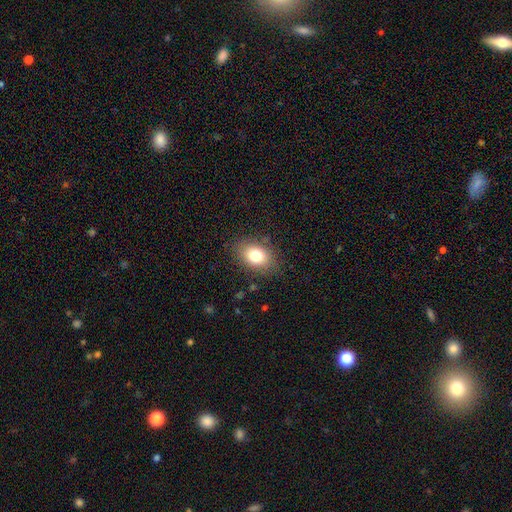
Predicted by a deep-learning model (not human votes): Overall: smooth (78%). How rounded: in between (76%). Merging: none (84%).